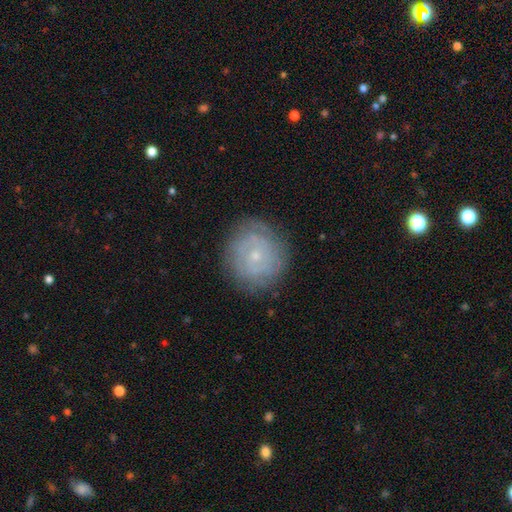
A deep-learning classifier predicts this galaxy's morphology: Overall: featured or disk (64%; smooth 27%). Edge-on disk: no (97%). Bar: no (75%). Spiral arms: yes (83%). Spiral arm count: can't tell (49%; 2 23%). Spiral winding: tight (76%). Bulge size: small (79%). Merging: none (82%).